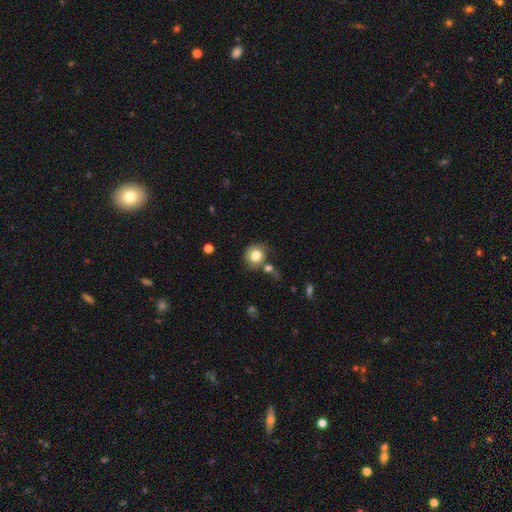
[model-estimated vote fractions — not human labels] Smooth or featured?
  - smooth: 76% *
  - featured or disk: 15%
  - star or artifact: 9%
How rounded?
  - round: 81% *
  - in between: 18%
  - cigar-shaped: 1%
Merging?
  - none: 59% *
  - minor disturbance: 18%
  - merger: 16%
  - major disturbance: 8%